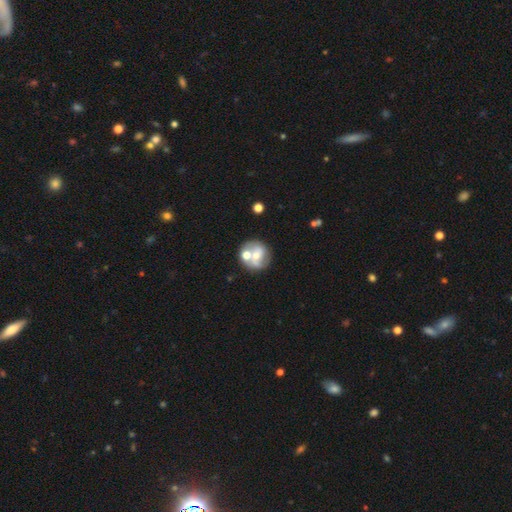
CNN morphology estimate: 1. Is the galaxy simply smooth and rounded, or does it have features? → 56% featured or disk, 36% smooth, 8% star or artifact.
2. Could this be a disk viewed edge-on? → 97% no, 3% yes.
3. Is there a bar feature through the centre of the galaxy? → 61% no, 28% weak, 11% strong.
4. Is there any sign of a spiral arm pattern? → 55% yes, 45% no.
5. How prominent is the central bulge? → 56% moderate, 34% small, 5% large, 3% none, 1% dominant.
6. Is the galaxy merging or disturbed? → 50% none, 31% merger, 13% minor disturbance, 6% major disturbance.